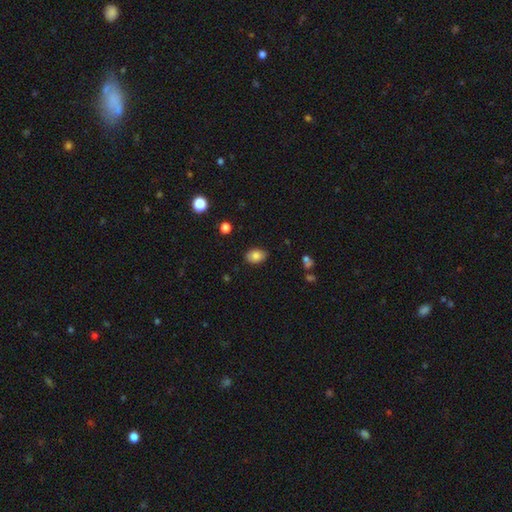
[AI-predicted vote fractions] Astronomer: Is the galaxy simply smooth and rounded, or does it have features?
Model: smooth — 83%.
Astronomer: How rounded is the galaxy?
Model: in between — 82%.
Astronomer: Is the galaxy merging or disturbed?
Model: none — 84%.